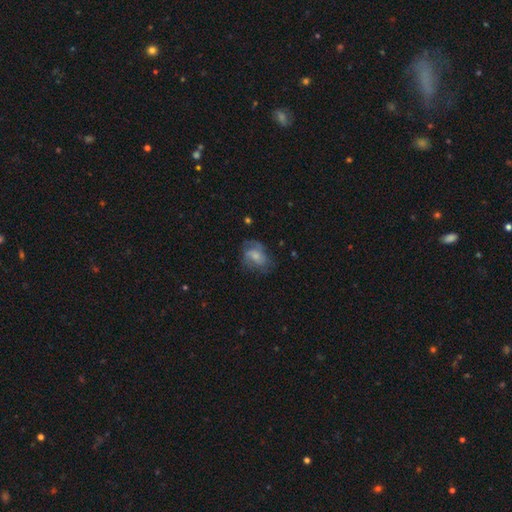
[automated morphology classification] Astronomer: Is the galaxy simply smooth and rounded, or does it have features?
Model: featured or disk — 49% (runner-up: smooth, 42%).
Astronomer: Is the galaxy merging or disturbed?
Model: none — 55%.